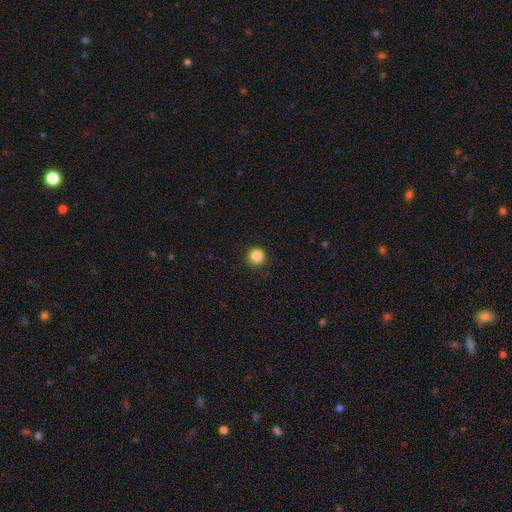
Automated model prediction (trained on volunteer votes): smooth 87%, star or artifact 10%, featured or disk 3%. Down the decision tree: how rounded — round (95%); merging — none (91%).